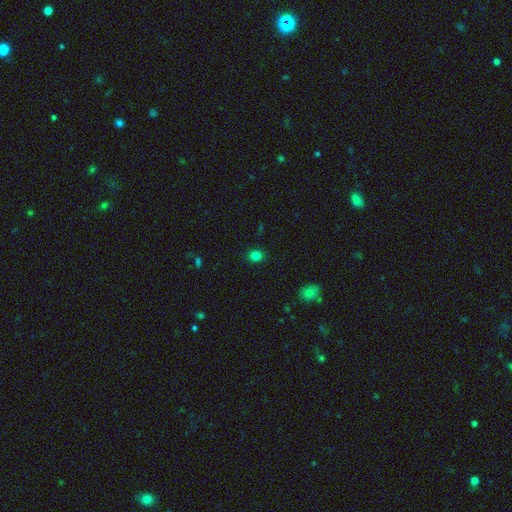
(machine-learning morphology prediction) This appears to be a smooth galaxy with no disk features (81%) that is round (75%). Merging: none (89%).